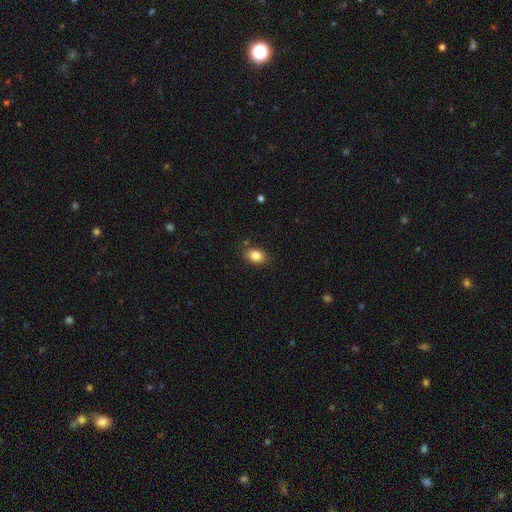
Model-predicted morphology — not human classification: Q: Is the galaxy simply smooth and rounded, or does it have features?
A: smooth — 84%.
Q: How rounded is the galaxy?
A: in between — 80%.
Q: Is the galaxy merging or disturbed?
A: none — 83%.